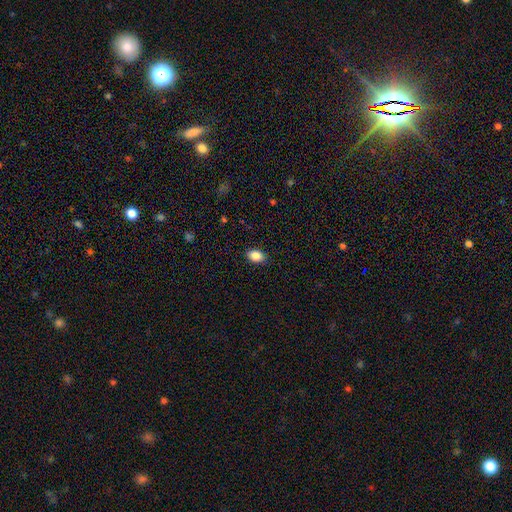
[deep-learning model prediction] smooth_or_featured: smooth (p=0.87) [alt: star or artifact p=0.09]
how_rounded: in between (p=0.80) [alt: round p=0.19]
merging: none (p=0.88) [alt: minor disturbance p=0.09]